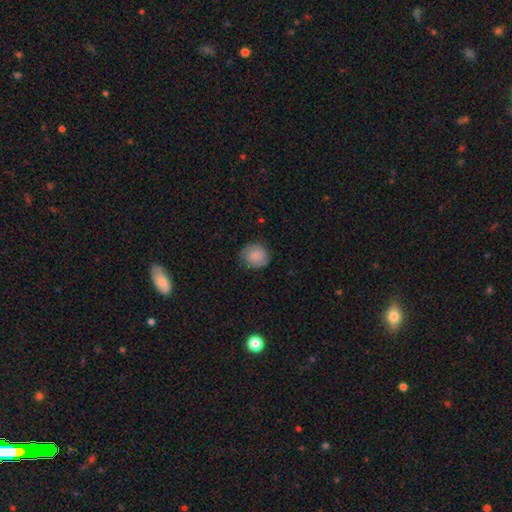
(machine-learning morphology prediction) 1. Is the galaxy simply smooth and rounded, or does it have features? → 77% smooth, 15% featured or disk, 8% star or artifact.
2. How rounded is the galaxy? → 80% round, 20% in between, 1% cigar-shaped.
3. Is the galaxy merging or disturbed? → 75% none, 19% minor disturbance, 5% major disturbance, 1% merger.